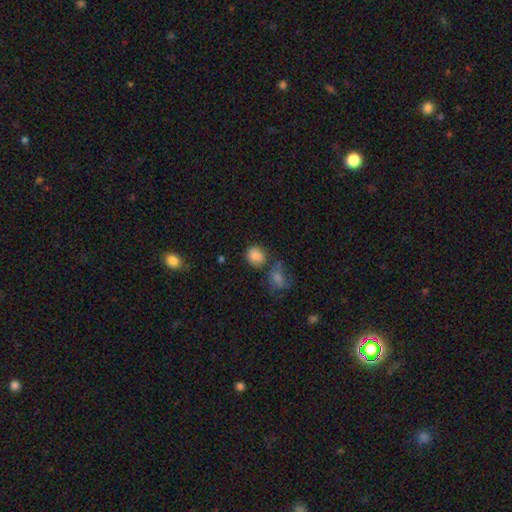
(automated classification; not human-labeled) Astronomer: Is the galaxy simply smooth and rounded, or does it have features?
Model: smooth — 84%.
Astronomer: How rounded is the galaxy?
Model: round — 65%.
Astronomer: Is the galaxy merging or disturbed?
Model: none — 57%.